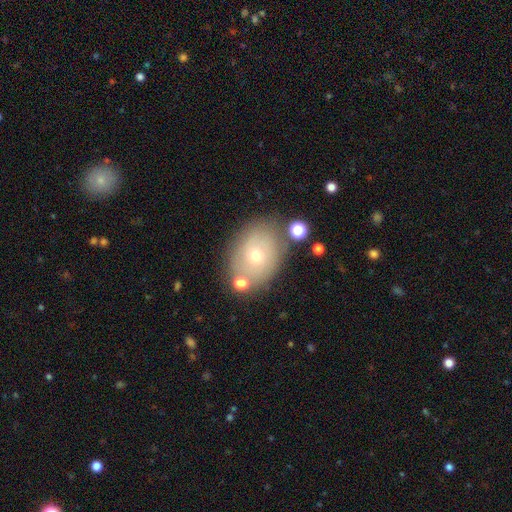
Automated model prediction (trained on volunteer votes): Morphology: type=smooth (56%); roundness=in between (66%); merging=none (72%).